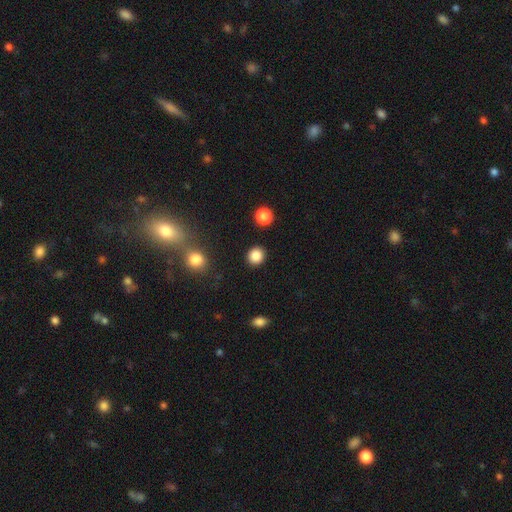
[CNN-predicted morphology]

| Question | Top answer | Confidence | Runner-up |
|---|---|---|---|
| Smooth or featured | smooth | 86% | star or artifact (10%) |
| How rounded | round | 87% | in between (12%) |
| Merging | none | 90% | minor disturbance (6%) |